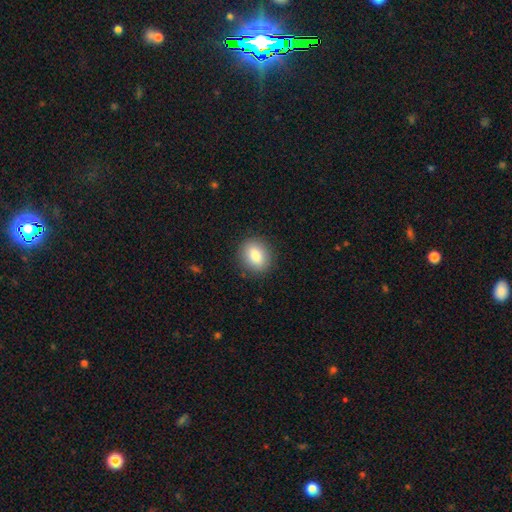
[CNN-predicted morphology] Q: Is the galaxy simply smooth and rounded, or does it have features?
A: smooth — 85%.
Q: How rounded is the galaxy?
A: in between — 50%.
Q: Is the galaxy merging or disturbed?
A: none — 88%.